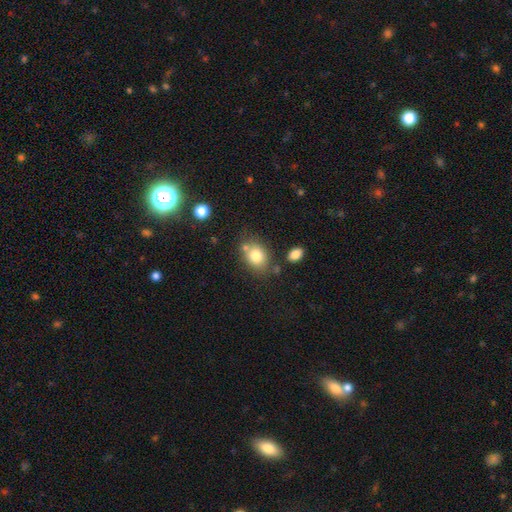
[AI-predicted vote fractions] This is likely a smooth galaxy (79%). How rounded: possibly in between (56%). Merging: likely none (63%).